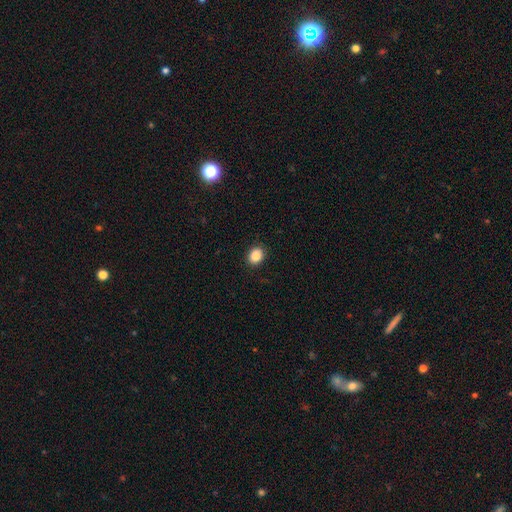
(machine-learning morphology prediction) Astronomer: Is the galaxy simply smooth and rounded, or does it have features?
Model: smooth — 88%.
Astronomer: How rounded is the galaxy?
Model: round — 53% (runner-up: in between, 46%).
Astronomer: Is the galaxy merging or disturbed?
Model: none — 90%.